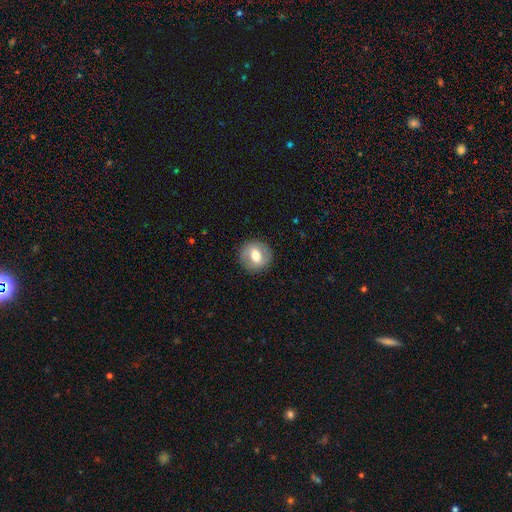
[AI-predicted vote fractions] smooth_or_featured: smooth (p=0.54) [alt: featured or disk p=0.39]
how_rounded: round (p=0.83) [alt: in between p=0.16]
merging: none (p=0.87) [alt: minor disturbance p=0.09]